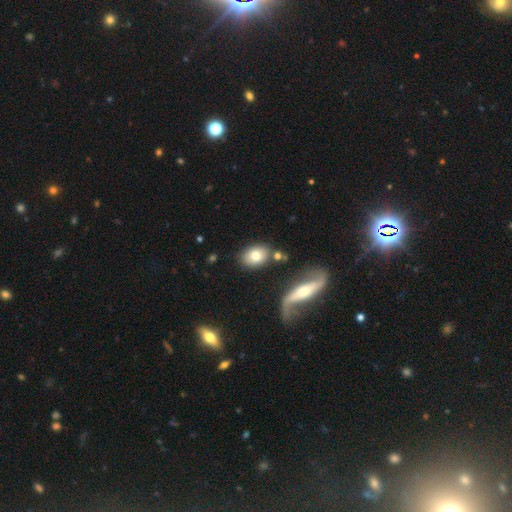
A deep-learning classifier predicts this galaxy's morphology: This is likely a smooth galaxy (76%). How rounded: likely in between (69%). Merging: likely none (73%).